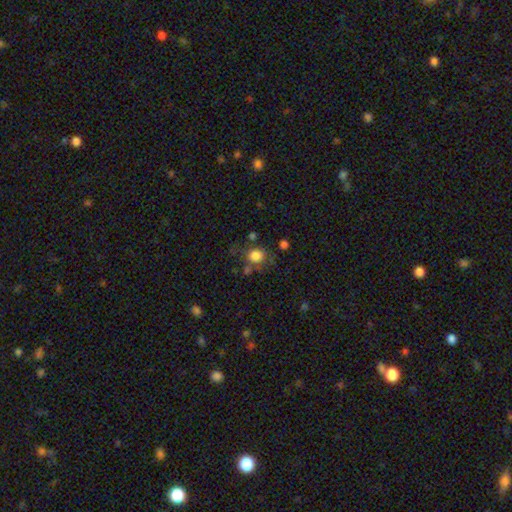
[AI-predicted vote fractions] smooth 81%, star or artifact 11%, featured or disk 8%. Down the decision tree: how rounded — round (72%); merging — none (62%).